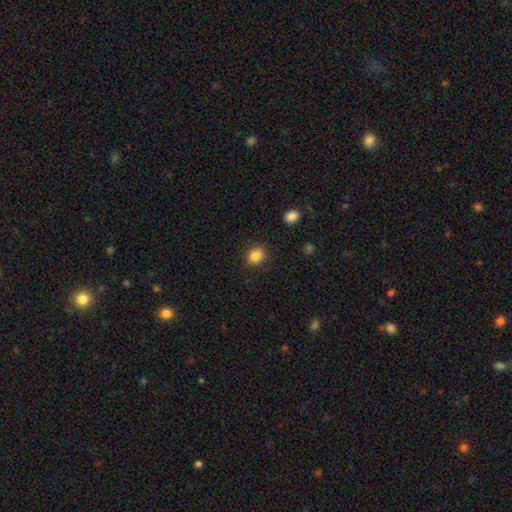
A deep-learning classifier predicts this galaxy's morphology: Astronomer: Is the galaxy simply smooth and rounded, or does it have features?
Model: smooth — 85%.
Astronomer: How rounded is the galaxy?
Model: round — 56% (runner-up: in between, 43%).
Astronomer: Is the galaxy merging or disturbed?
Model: none — 88%.